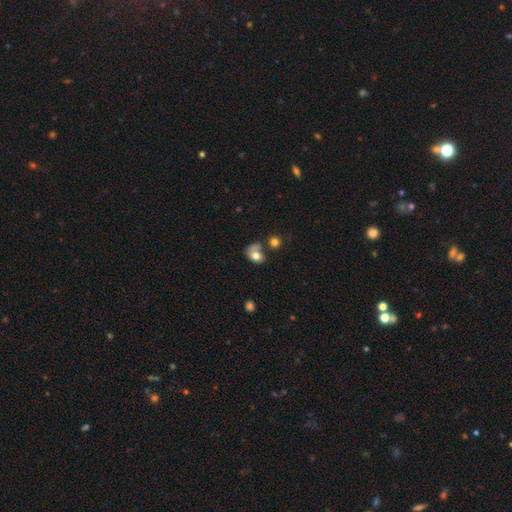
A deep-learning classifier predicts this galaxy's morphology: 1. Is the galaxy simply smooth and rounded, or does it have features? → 73% smooth, 18% featured or disk, 10% star or artifact.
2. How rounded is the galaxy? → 57% in between, 42% round, 1% cigar-shaped.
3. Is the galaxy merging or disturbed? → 33% none, 31% merger, 21% minor disturbance, 15% major disturbance.